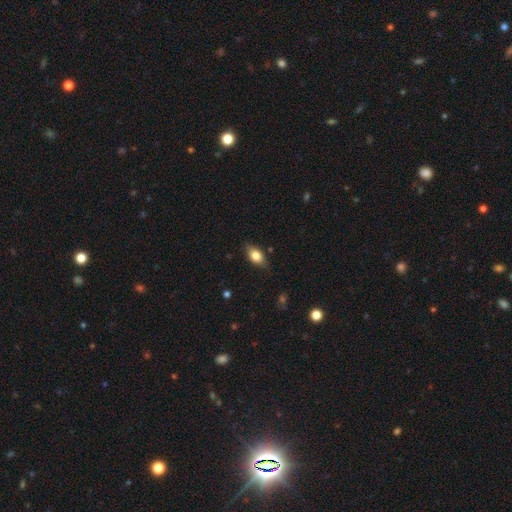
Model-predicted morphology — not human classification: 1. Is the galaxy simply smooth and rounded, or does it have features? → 81% smooth, 12% featured or disk, 8% star or artifact.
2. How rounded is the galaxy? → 87% in between, 9% round, 4% cigar-shaped.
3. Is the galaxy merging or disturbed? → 80% none, 16% minor disturbance, 3% major disturbance, 1% merger.